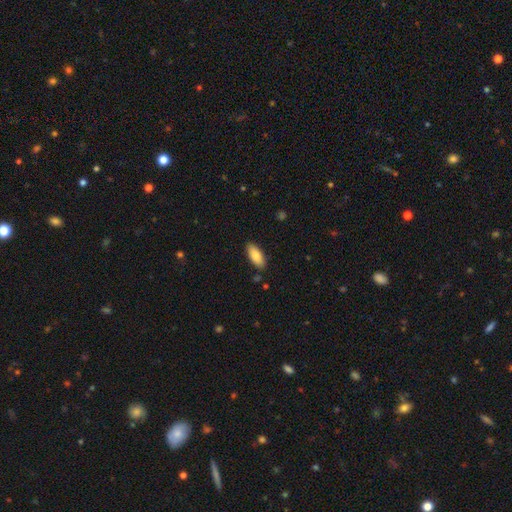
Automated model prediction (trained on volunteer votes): Smooth or featured? smooth (84%)
How rounded? in between (86%)
Merging? none (86%)